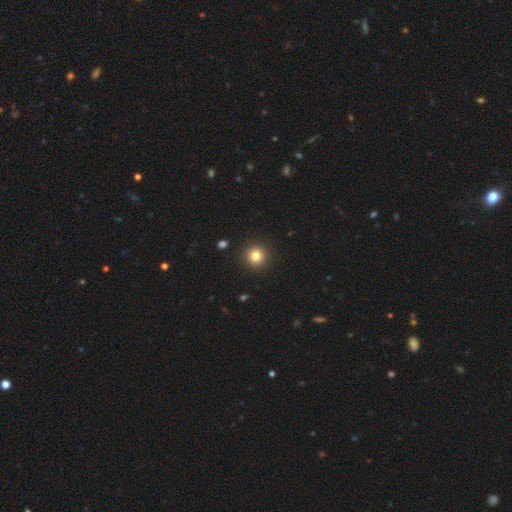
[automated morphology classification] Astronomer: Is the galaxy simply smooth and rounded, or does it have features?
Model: smooth — 82%.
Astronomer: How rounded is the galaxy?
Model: round — 95%.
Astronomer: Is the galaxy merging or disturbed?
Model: none — 92%.